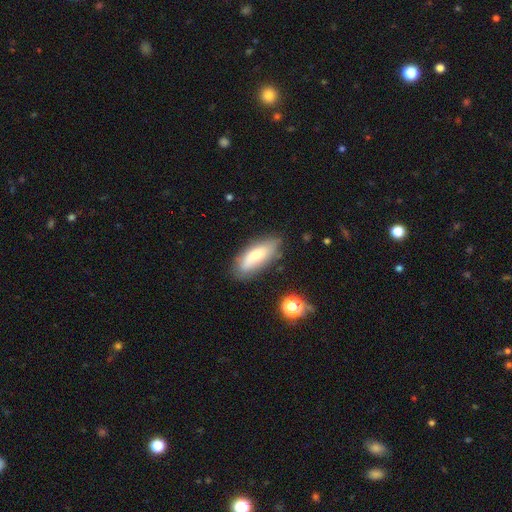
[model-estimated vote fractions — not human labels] The model was most divided on "how rounded": in between: 69%, cigar-shaped: 28%, round: 2%. More confident: merging — none (72%); smooth or featured — smooth (69%).